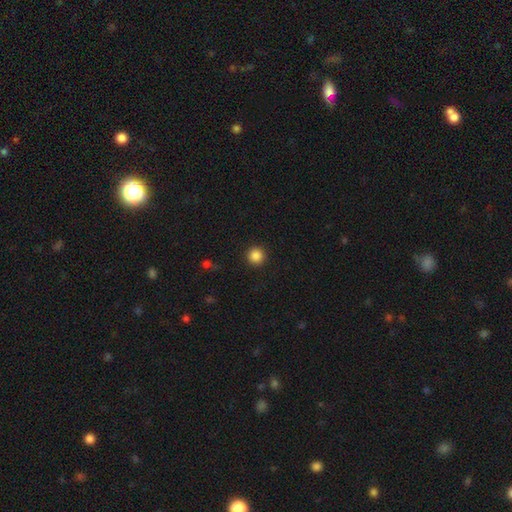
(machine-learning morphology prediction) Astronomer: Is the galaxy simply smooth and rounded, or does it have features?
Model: smooth — 86%.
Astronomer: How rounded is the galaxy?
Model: round — 96%.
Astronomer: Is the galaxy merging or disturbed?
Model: none — 92%.